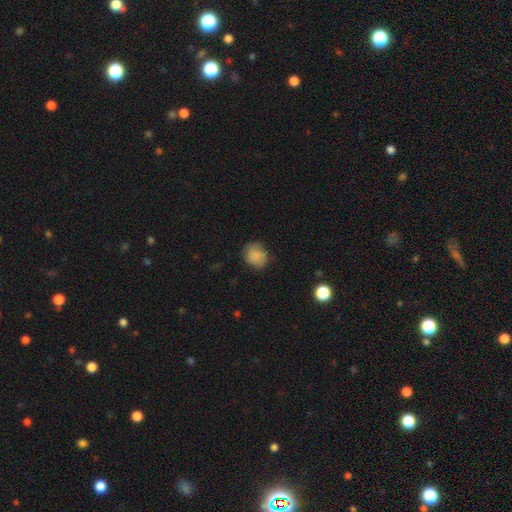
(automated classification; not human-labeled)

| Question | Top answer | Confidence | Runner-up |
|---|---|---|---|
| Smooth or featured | smooth | 84% | star or artifact (9%) |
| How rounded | round | 68% | in between (31%) |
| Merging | none | 72% | minor disturbance (21%) |